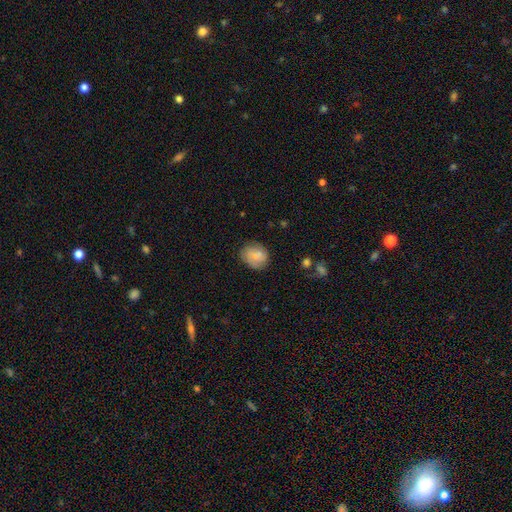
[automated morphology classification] The model was most divided on "how rounded": round: 63%, in between: 35%, cigar-shaped: 1%. More confident: merging — none (71%); smooth or featured — smooth (70%).